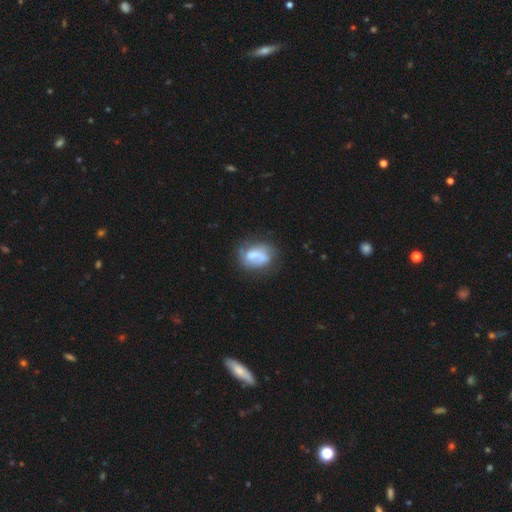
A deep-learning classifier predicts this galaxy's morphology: type=featured or disk (48%); merging=none (44%).